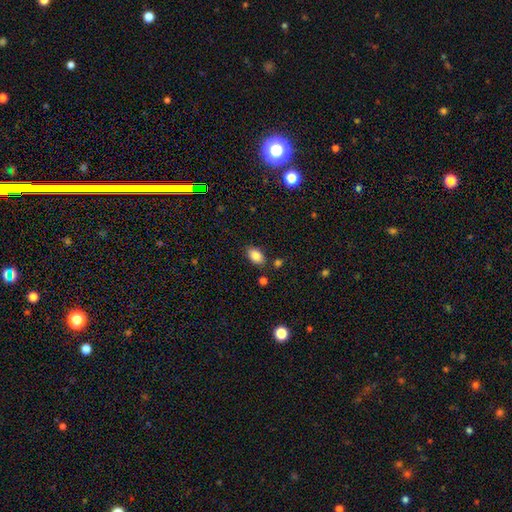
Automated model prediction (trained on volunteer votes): Overall: smooth (86%). How rounded: in between (90%). Merging: none (81%).